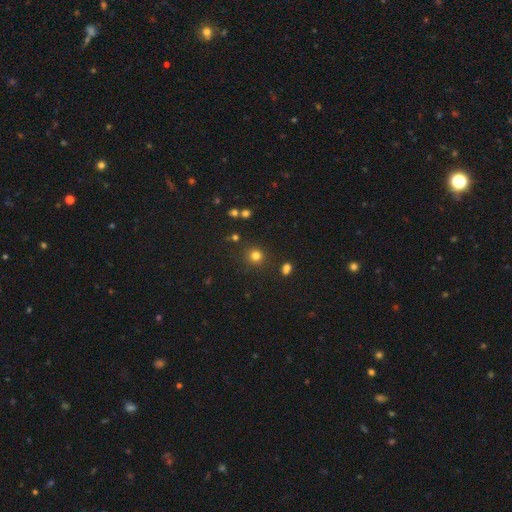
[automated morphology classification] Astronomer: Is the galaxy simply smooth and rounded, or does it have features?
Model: smooth — 78%.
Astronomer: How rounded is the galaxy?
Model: round — 90%.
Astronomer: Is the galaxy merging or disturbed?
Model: none — 85%.